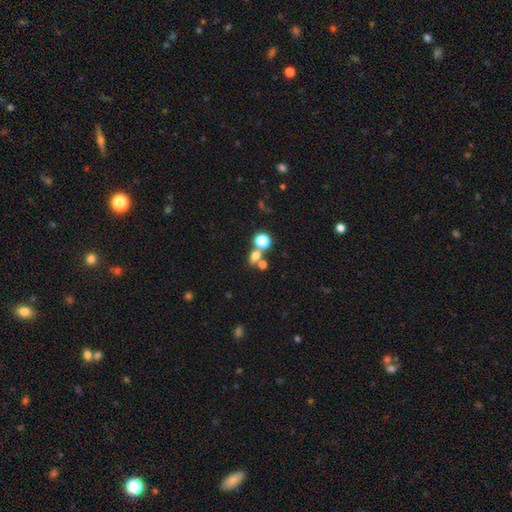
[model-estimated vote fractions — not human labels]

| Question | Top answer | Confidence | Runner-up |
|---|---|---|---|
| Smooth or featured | smooth | 67% | star or artifact (21%) |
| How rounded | round | 55% | in between (43%) |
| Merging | none | 48% | merger (38%) |